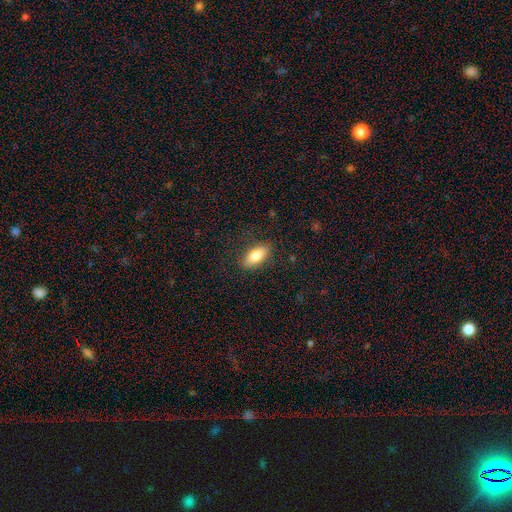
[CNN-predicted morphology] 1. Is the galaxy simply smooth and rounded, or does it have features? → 79% smooth, 15% featured or disk, 7% star or artifact.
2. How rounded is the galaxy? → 82% in between, 15% cigar-shaped, 3% round.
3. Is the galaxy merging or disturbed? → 85% none, 11% minor disturbance, 3% major disturbance, 1% merger.